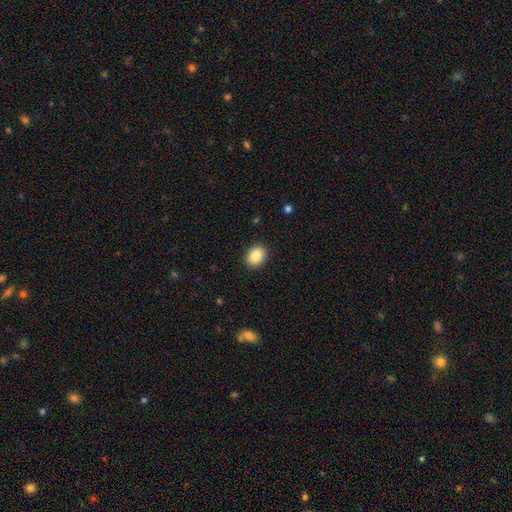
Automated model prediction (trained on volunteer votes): Smooth or featured?
  - smooth: 86% *
  - star or artifact: 8%
  - featured or disk: 6%
How rounded?
  - in between: 59% *
  - round: 41%
  - cigar-shaped: 1%
Merging?
  - none: 90% *
  - minor disturbance: 7%
  - major disturbance: 2%
  - merger: 1%